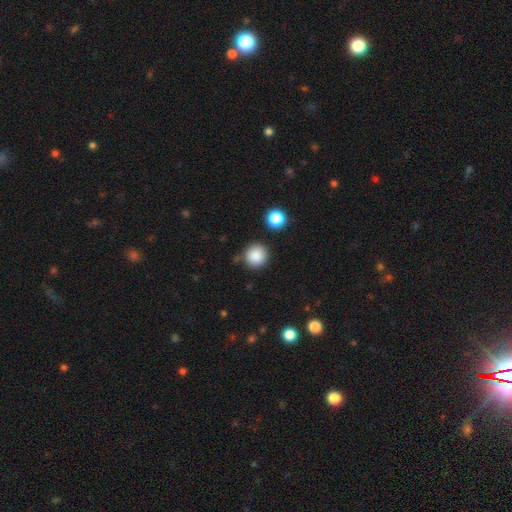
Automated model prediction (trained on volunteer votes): Q: Smooth or featured?
A: smooth (86%); runner-up: star or artifact (10%)
Q: How rounded?
A: round (92%); runner-up: in between (7%)
Q: Merging?
A: none (84%); runner-up: minor disturbance (9%)